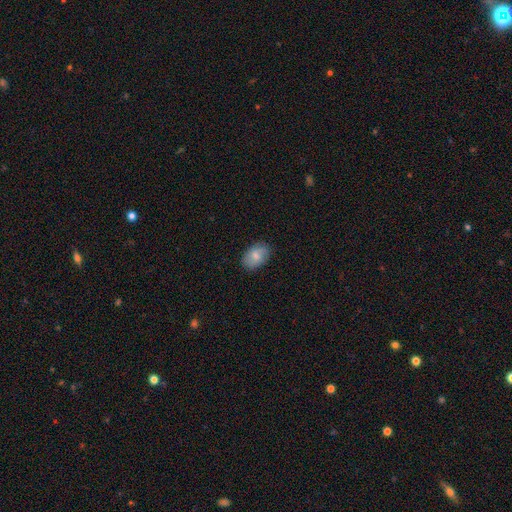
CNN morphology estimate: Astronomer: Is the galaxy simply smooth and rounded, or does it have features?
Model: smooth — 75%.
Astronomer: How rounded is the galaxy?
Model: in between — 87%.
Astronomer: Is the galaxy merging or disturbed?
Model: none — 84%.